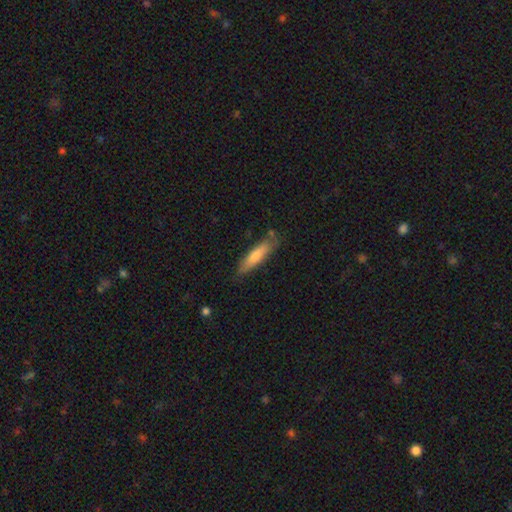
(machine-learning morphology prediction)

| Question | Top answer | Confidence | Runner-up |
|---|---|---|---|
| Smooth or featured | smooth | 69% | featured or disk (25%) |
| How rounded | cigar-shaped | 78% | in between (20%) |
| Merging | none | 75% | minor disturbance (18%) |